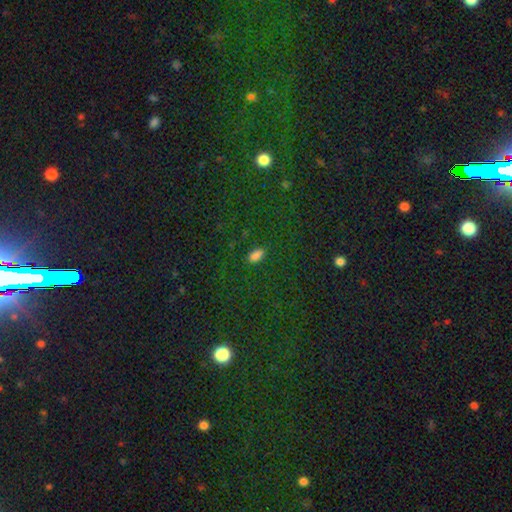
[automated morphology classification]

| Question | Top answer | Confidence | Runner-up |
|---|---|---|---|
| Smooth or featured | smooth | 82% | star or artifact (14%) |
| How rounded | in between | 91% | cigar-shaped (5%) |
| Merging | none | 87% | minor disturbance (9%) |